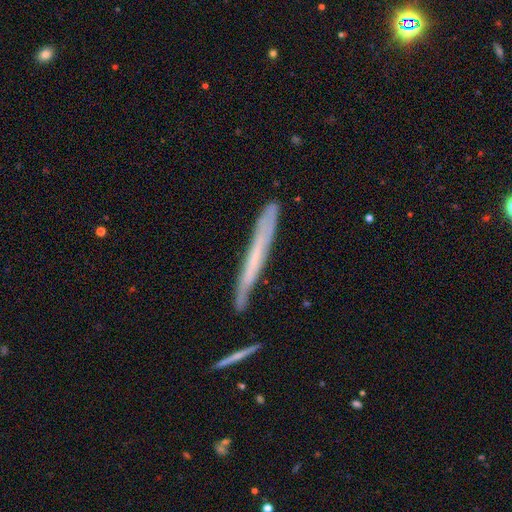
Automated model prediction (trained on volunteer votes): Morphology: type=featured or disk (53%); edge-on=yes (89%); merging=none (75%).